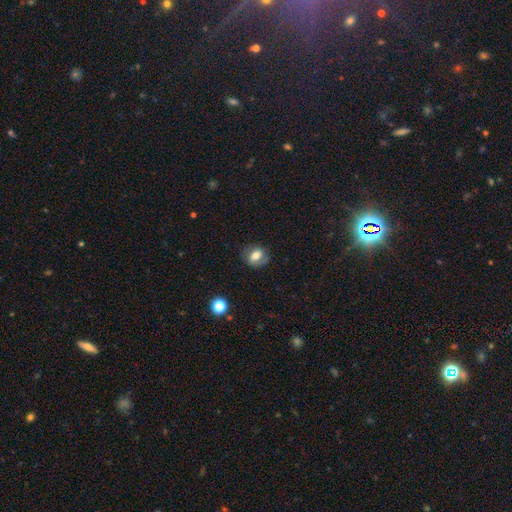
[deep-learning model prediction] Smooth or featured: smooth — 59% (featured or disk — 31%)
How rounded: round — 51% (in between — 48%)
Merging: none — 74% (minor disturbance — 17%)